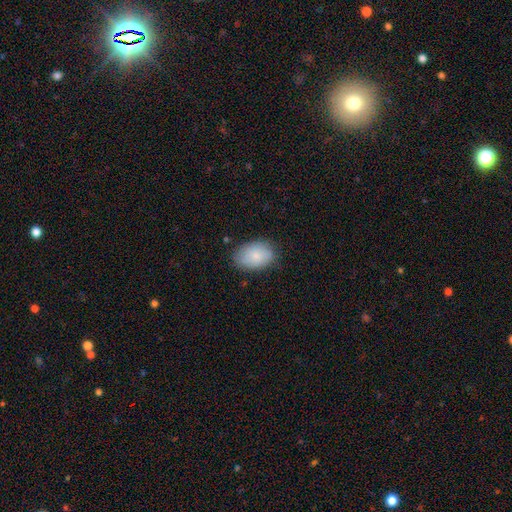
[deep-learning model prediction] smooth 82%, featured or disk 11%, star or artifact 6%. Down the decision tree: how rounded — in between (85%); merging — none (78%).